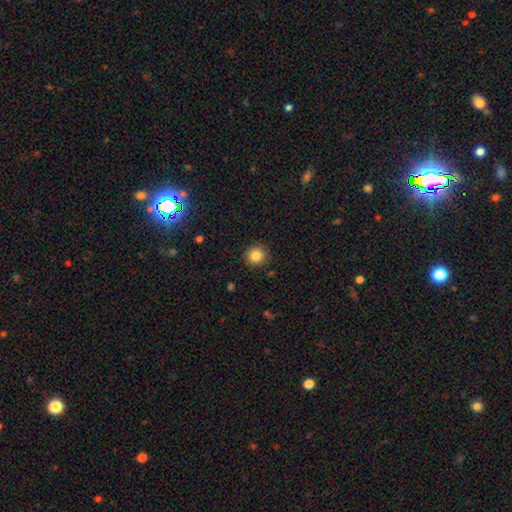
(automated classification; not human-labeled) Q: Smooth or featured?
A: smooth (84%); runner-up: star or artifact (11%)
Q: How rounded?
A: round (93%); runner-up: in between (6%)
Q: Merging?
A: none (90%); runner-up: minor disturbance (7%)